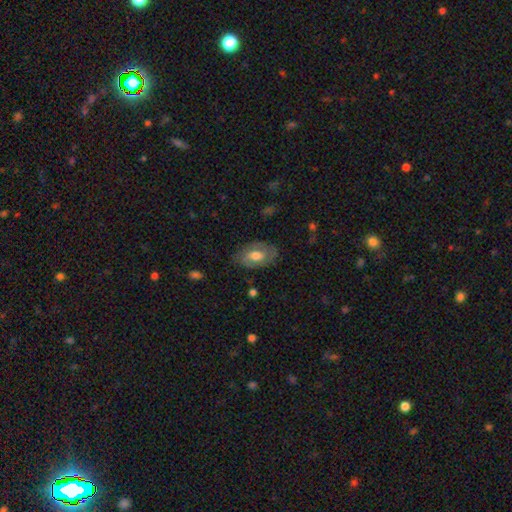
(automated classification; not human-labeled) A featured or disk galaxy (54%) with no bar (55%), spiral arms (66%) and a moderate central bulge (67%). Merging: none (75%).